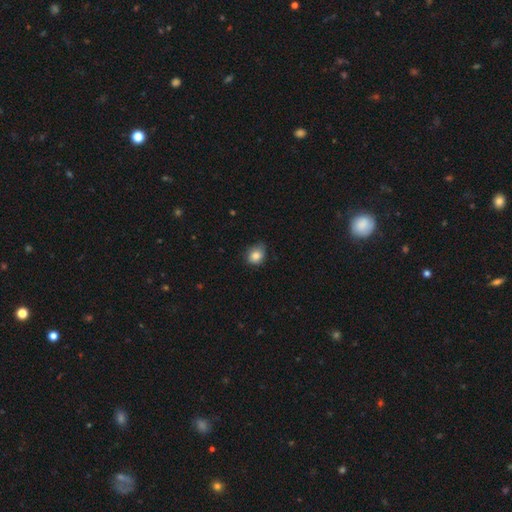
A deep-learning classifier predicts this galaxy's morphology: Q: Smooth or featured?
A: smooth (83%); runner-up: star or artifact (9%)
Q: How rounded?
A: round (56%); runner-up: in between (43%)
Q: Merging?
A: none (62%); runner-up: minor disturbance (31%)